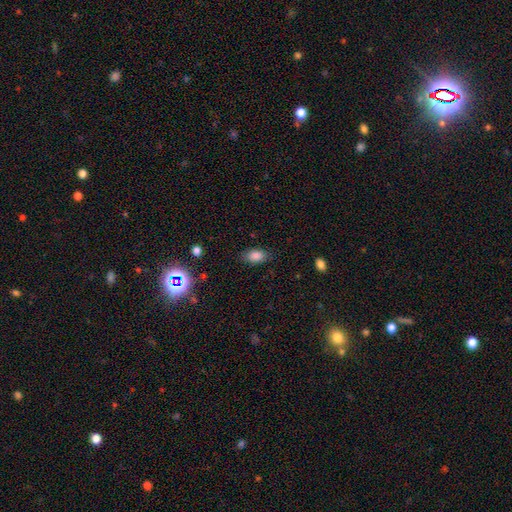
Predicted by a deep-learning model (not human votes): This is clearly a smooth galaxy (84%). How rounded: clearly in between (90%). Merging: clearly none (83%).